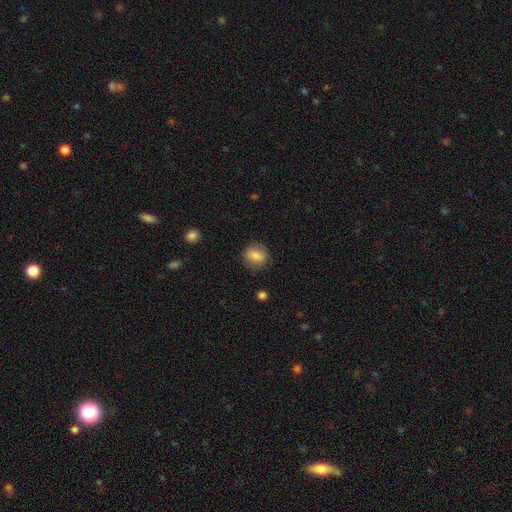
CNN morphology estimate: Smooth or featured: smooth — 80% (featured or disk — 11%)
How rounded: round — 73% (in between — 26%)
Merging: none — 82% (minor disturbance — 12%)